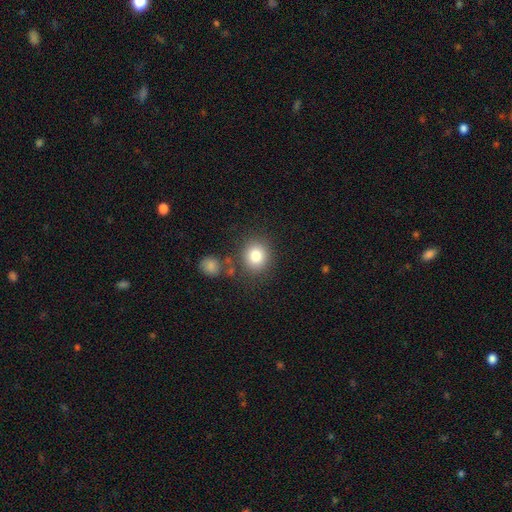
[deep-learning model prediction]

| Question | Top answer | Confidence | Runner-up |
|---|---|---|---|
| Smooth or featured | smooth | 82% | star or artifact (10%) |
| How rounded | round | 81% | in between (18%) |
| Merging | none | 80% | minor disturbance (10%) |